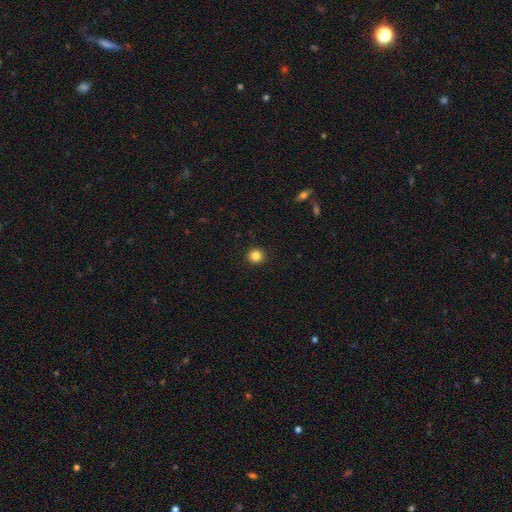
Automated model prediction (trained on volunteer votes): Morphology: type=smooth (84%); roundness=round (94%); merging=none (93%).